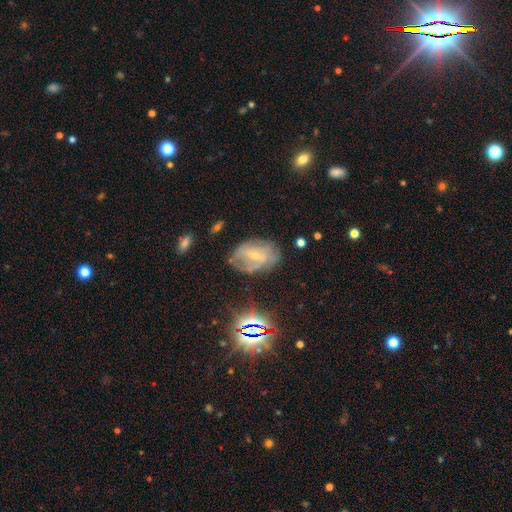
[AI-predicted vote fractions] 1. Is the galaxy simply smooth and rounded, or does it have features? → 69% featured or disk, 19% smooth, 12% star or artifact.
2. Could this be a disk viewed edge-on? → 95% no, 5% yes.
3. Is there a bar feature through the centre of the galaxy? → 46% weak, 39% no, 15% strong.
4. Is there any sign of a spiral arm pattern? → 81% yes, 19% no.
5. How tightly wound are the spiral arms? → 45% tight, 37% medium, 17% loose.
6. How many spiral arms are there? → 44% can't tell, 31% 2, 12% 3, 5% 4, 4% 1, 3% more than 4.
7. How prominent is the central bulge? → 70% small, 26% moderate, 2% none, 1% large, 1% dominant.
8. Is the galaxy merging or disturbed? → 64% none, 24% minor disturbance, 10% major disturbance, 2% merger.